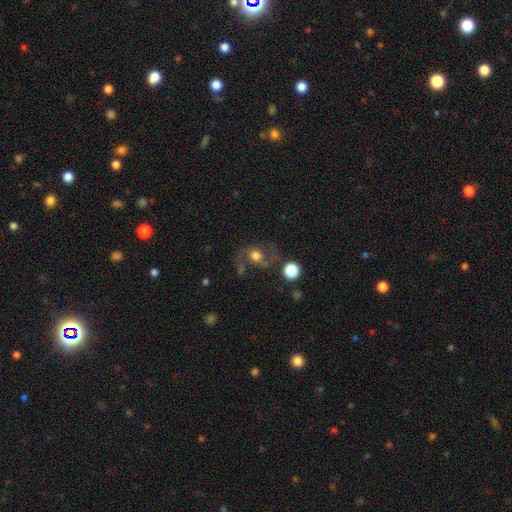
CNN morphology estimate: A smooth galaxy with no disk features (50%) that is round (64%). Merging: none (52%).